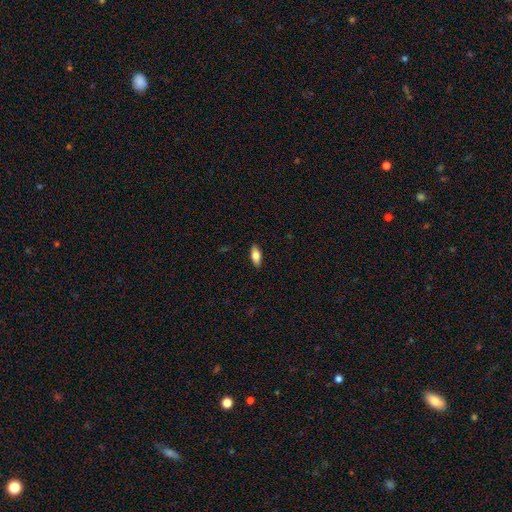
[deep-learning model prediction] The model was most divided on "smooth or featured": smooth: 76%, featured or disk: 17%, star or artifact: 6%. More confident: merging — none (89%); how rounded — in between (83%).